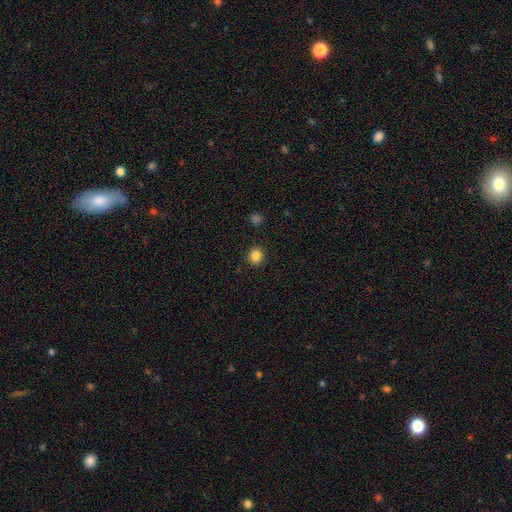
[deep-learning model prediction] This is clearly a smooth galaxy (85%). How rounded: clearly round (89%). Merging: clearly none (91%).